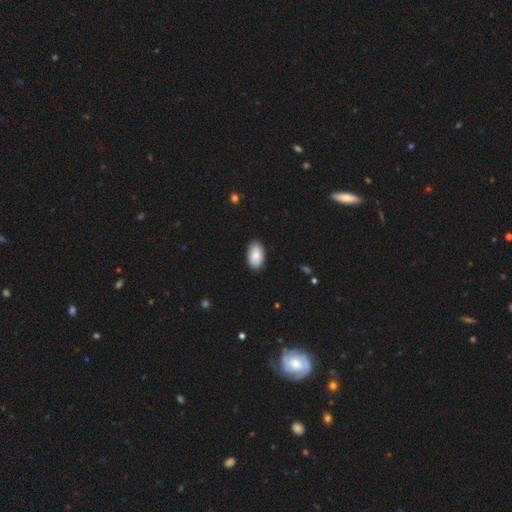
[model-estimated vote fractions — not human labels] Q: Smooth or featured?
A: smooth (86%); runner-up: featured or disk (8%)
Q: How rounded?
A: in between (94%); runner-up: round (4%)
Q: Merging?
A: none (87%); runner-up: minor disturbance (10%)